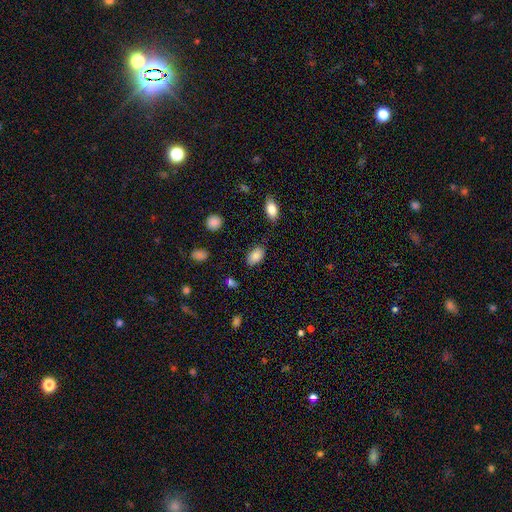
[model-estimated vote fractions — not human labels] A smooth galaxy with no disk features (86%) that is in between round and cigar-shaped (93%).

Vote fractions:
- Smooth or featured? smooth: 86% / star or artifact: 8% / featured or disk: 6%
- How rounded? in between: 93% / round: 6% / cigar-shaped: 2%
- Merging? none: 80% / minor disturbance: 14% / major disturbance: 3% / merger: 3%